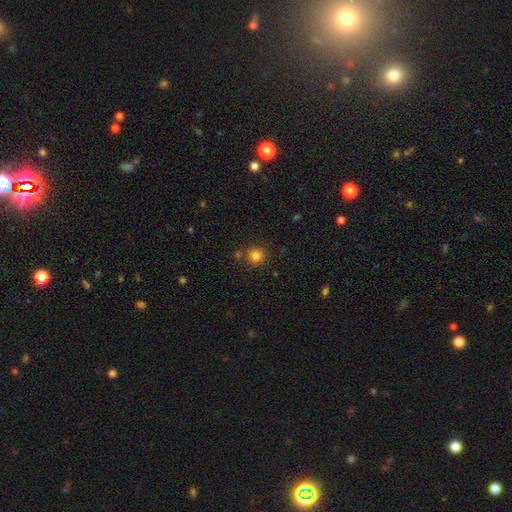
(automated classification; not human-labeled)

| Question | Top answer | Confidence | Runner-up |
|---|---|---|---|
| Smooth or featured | smooth | 81% | star or artifact (13%) |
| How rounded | round | 93% | in between (6%) |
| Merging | none | 81% | minor disturbance (9%) |